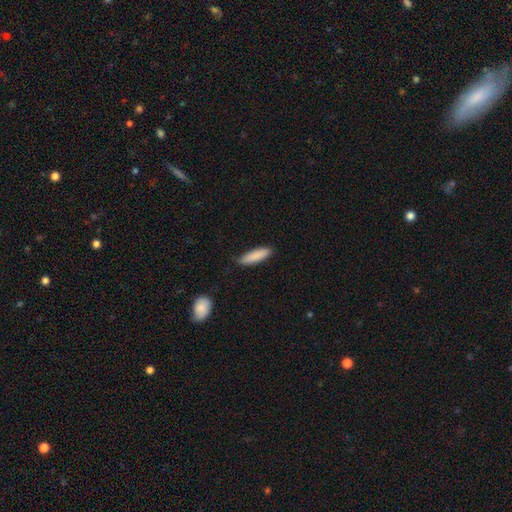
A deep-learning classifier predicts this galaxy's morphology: This is clearly a smooth galaxy (88%). How rounded: likely cigar-shaped (61%). Merging: likely none (76%).